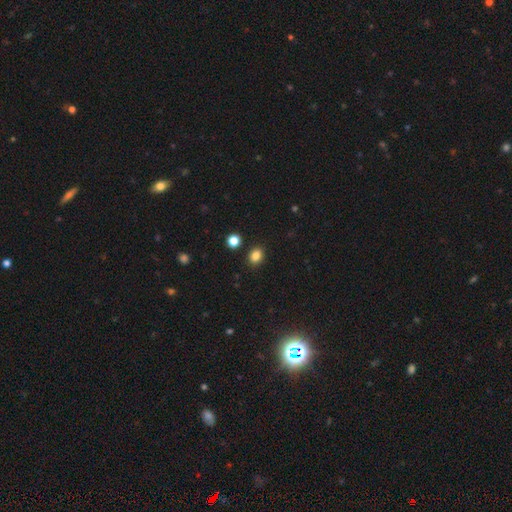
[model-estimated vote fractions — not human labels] Morphology: type=smooth (84%); roundness=round (60%); merging=none (88%).